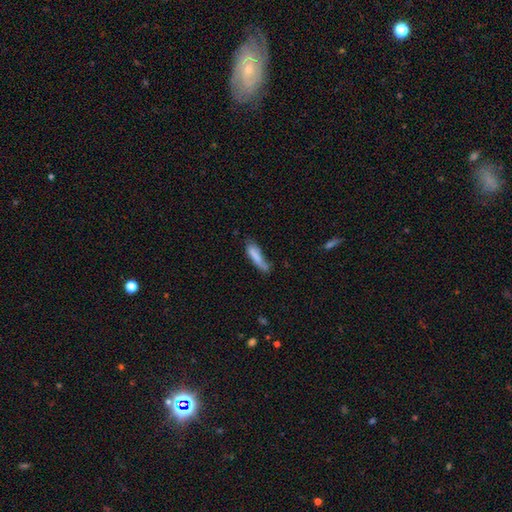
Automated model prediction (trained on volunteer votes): Smooth or featured? Predicted: smooth (p=0.78). How rounded? Predicted: cigar-shaped (p=0.75). Merging? Predicted: none (p=0.50).